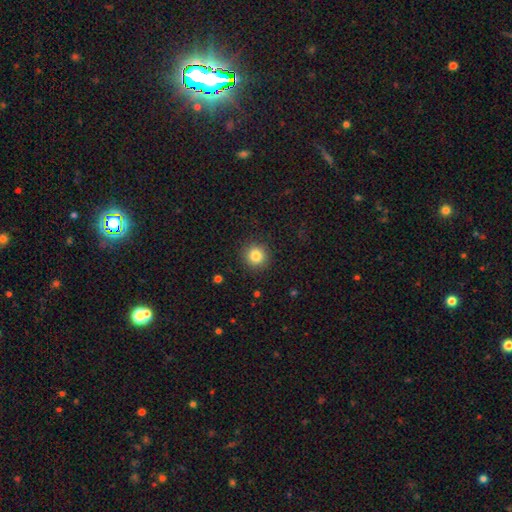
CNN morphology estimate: type=smooth (84%); roundness=round (93%); merging=none (90%).